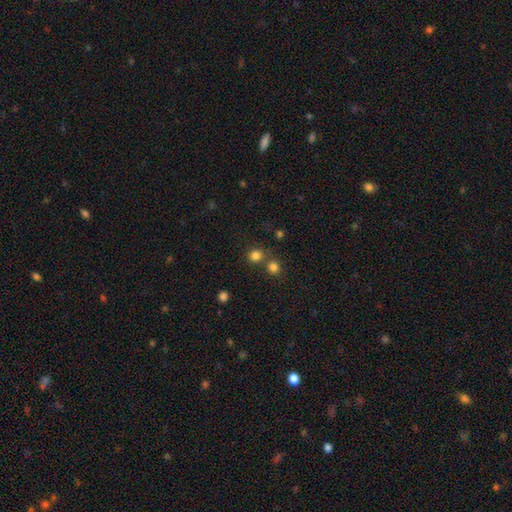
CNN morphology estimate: A smooth galaxy with no disk features (79%) that is round (89%).

Vote fractions:
- Smooth or featured? smooth: 79% / star or artifact: 16% / featured or disk: 5%
- How rounded? round: 89% / in between: 10% / cigar-shaped: 1%
- Merging? none: 66% / merger: 24% / minor disturbance: 7% / major disturbance: 3%